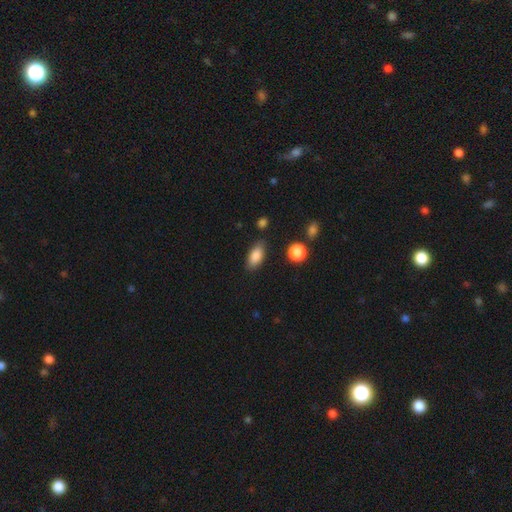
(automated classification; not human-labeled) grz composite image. It shows a smooth galaxy with no disk features (85%) that is in between round and cigar-shaped (87%). Merging: none (82%).